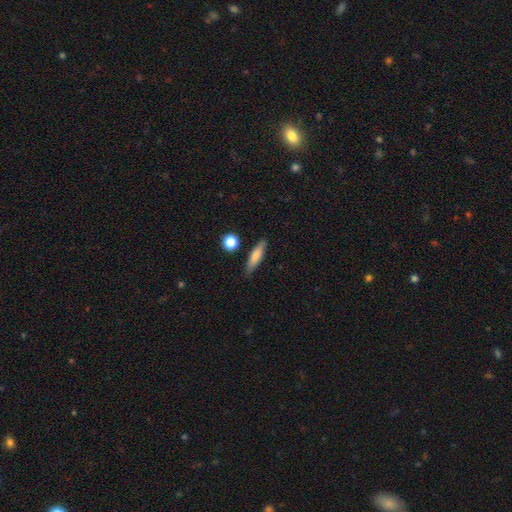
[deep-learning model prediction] This appears to be a smooth galaxy with no disk features (75%) that is cigar-shaped (71%). Merging: none (83%).